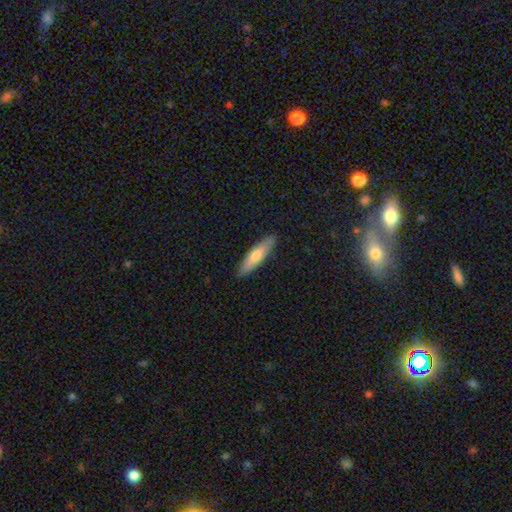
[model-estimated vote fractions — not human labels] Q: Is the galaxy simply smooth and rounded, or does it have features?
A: smooth — 68%.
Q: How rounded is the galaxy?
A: cigar-shaped — 74%.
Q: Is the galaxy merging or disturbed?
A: none — 90%.